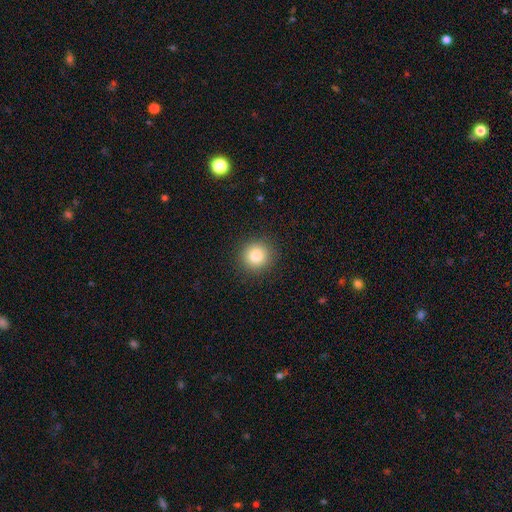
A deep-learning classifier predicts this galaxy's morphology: Smooth or featured? Predicted: smooth (p=0.84). How rounded? Predicted: round (p=0.92). Merging? Predicted: none (p=0.91).